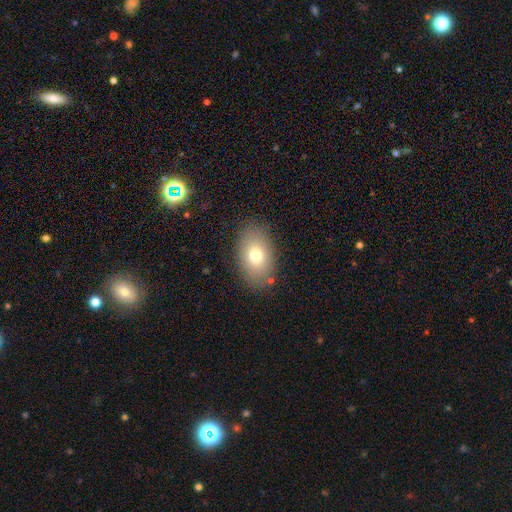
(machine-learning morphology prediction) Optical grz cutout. It shows a smooth galaxy with no disk features (75%) that is in between round and cigar-shaped (86%). Merging: none (84%).